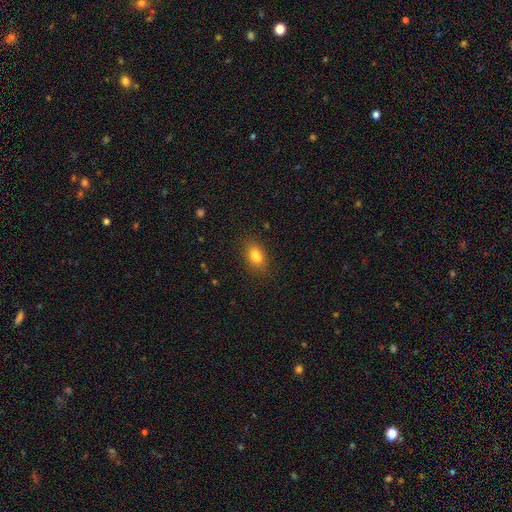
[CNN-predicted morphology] Smooth or featured? Predicted: smooth (p=0.78). How rounded? Predicted: in between (p=0.82). Merging? Predicted: none (p=0.67).